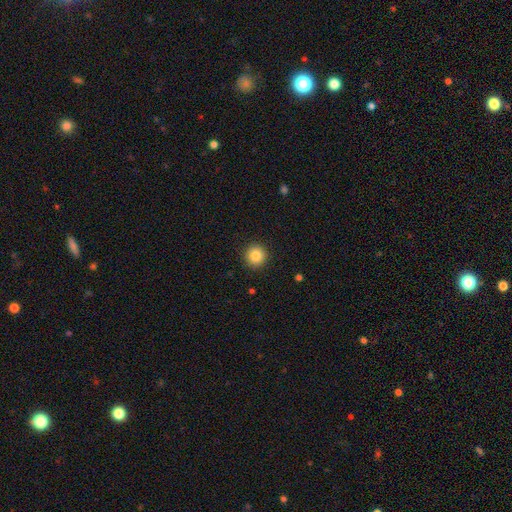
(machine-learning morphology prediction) Q: Smooth or featured?
A: smooth (84%); runner-up: star or artifact (10%)
Q: How rounded?
A: round (94%); runner-up: in between (5%)
Q: Merging?
A: none (92%); runner-up: minor disturbance (5%)